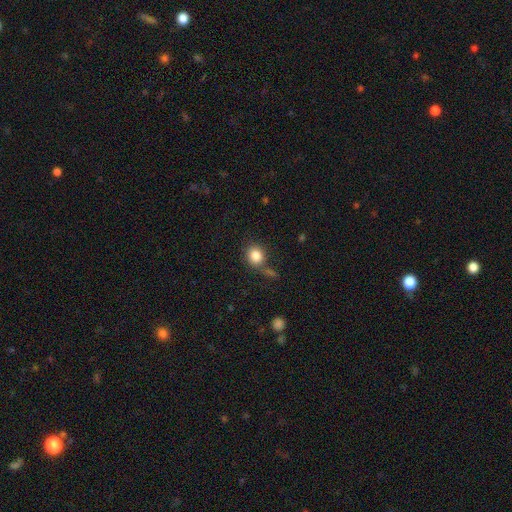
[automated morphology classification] The model was most divided on "merging": none: 67%, minor disturbance: 15%, merger: 12%, major disturbance: 7%. More confident: smooth or featured — smooth (85%); how rounded — round (77%).